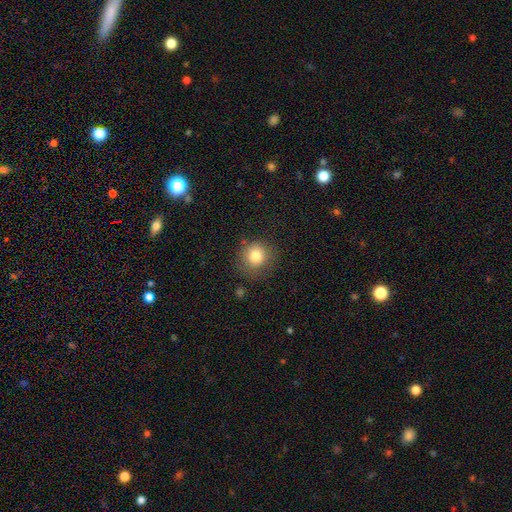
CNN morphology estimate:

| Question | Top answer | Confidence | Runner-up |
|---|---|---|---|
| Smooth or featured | smooth | 81% | star or artifact (11%) |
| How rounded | round | 90% | in between (9%) |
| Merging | none | 78% | minor disturbance (15%) |